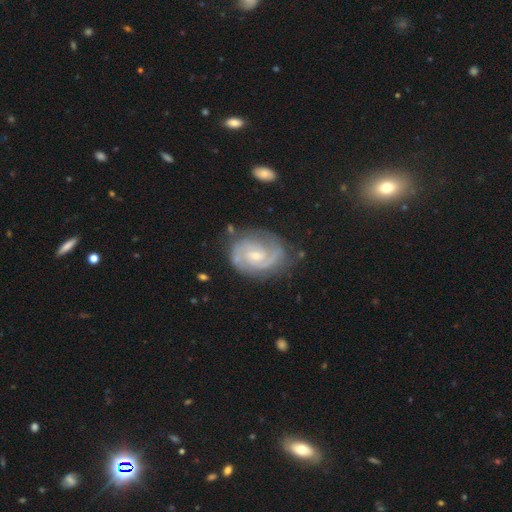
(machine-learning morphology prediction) The model was most divided on "bar": no: 48%, weak: 45%, strong: 7%. More confident: edge-on disk — no (98%); spiral arms — yes (97%); smooth or featured — featured or disk (88%); spiral arm count — 2 (76%); merging — none (74%); bulge size — small (56%); spiral winding — tight (51%).